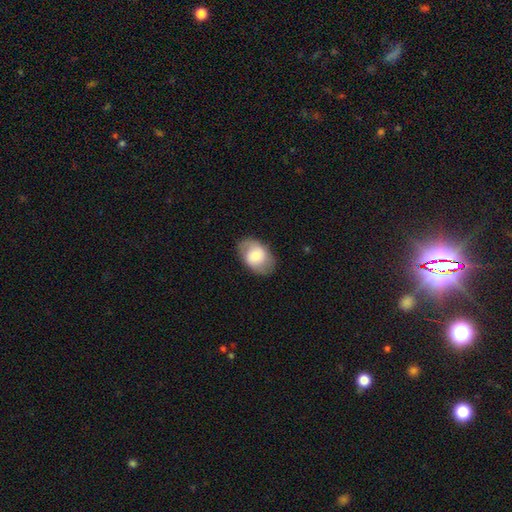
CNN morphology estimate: Smooth or featured? Predicted: smooth (p=0.62). How rounded? Predicted: in between (p=0.83). Merging? Predicted: none (p=0.80).